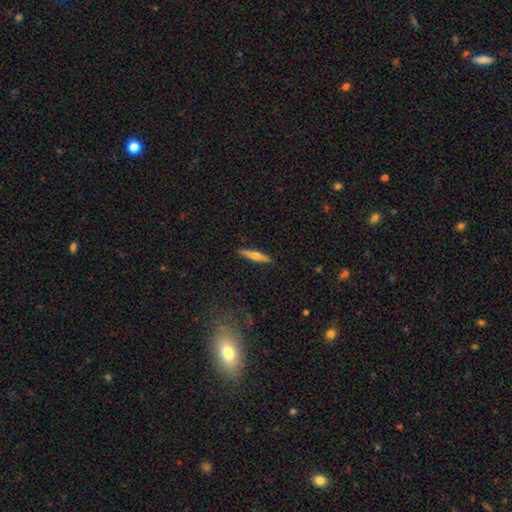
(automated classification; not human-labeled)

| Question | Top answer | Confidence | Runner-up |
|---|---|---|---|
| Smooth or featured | smooth | 54% | featured or disk (40%) |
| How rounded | cigar-shaped | 88% | in between (10%) |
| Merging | none | 90% | minor disturbance (7%) |